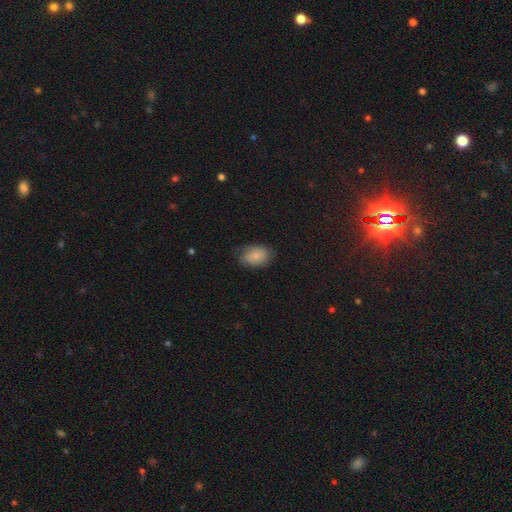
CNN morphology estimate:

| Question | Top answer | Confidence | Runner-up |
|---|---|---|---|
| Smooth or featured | smooth | 77% | featured or disk (15%) |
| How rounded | in between | 83% | round (16%) |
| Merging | none | 72% | minor disturbance (22%) |